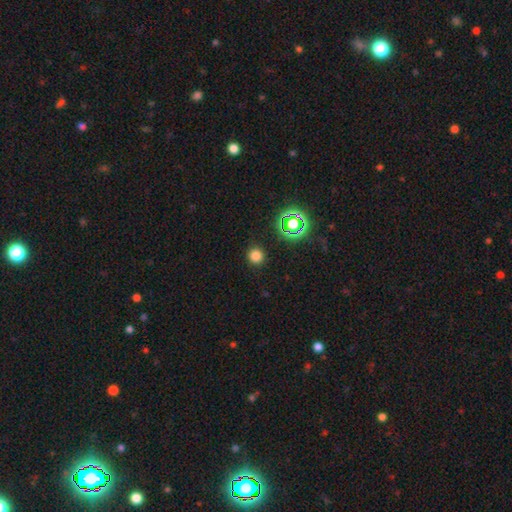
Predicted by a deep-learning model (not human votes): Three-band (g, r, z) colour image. It shows a smooth galaxy with no disk features (76%) that is round (93%). Merging: none (90%).